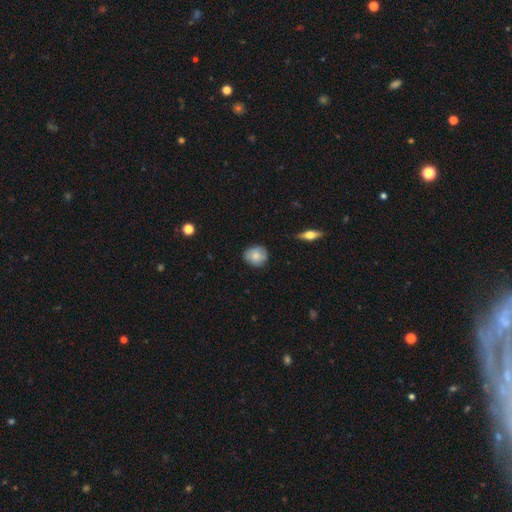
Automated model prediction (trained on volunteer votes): A smooth galaxy with no disk features (74%) that is round (77%).

Vote fractions:
- Smooth or featured? smooth: 74% / featured or disk: 18% / star or artifact: 7%
- How rounded? round: 77% / in between: 22% / cigar-shaped: 1%
- Merging? none: 78% / minor disturbance: 18% / major disturbance: 3% / merger: 1%